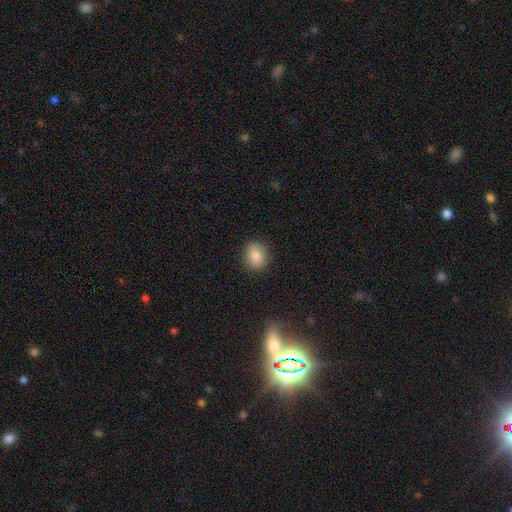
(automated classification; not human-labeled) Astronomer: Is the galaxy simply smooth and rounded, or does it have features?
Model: smooth — 83%.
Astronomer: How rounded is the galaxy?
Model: round — 64%.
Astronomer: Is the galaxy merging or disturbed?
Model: none — 89%.